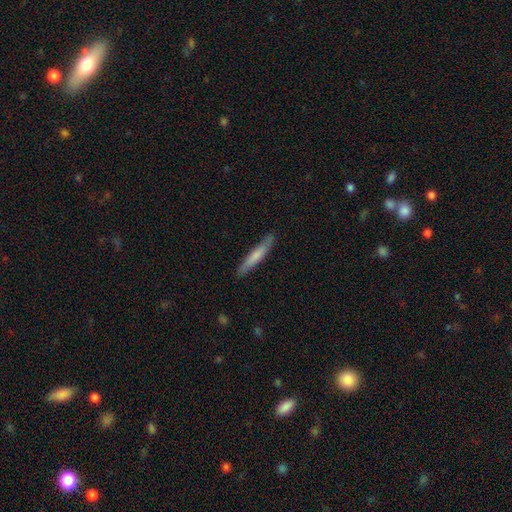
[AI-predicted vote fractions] Smooth or featured? Predicted: smooth (p=0.66). How rounded? Predicted: cigar-shaped (p=0.93). Merging? Predicted: none (p=0.86).